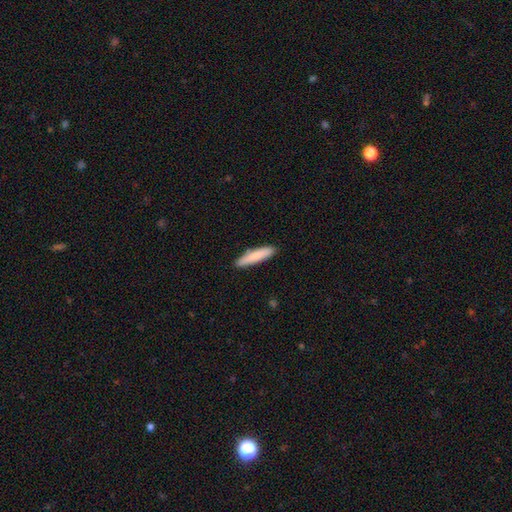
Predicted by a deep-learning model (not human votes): This is clearly a smooth galaxy (83%). How rounded: clearly cigar-shaped (84%). Merging: clearly none (89%).